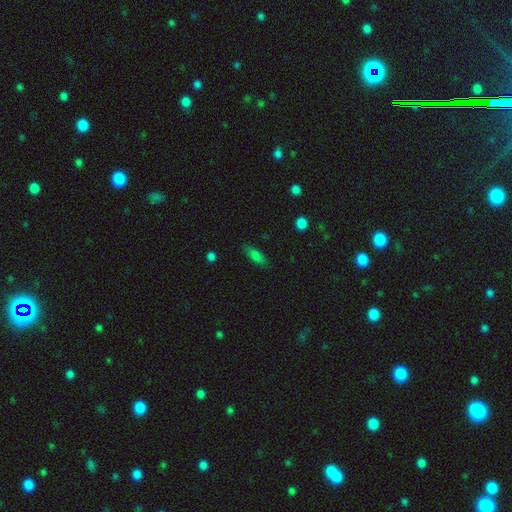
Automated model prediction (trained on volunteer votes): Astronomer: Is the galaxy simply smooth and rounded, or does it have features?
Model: smooth — 75%.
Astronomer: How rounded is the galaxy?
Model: in between — 64%.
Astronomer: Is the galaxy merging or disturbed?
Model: none — 83%.